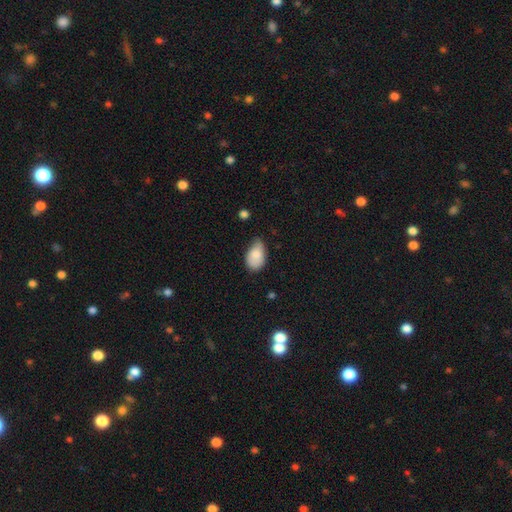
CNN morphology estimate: smooth 82%, featured or disk 11%, star or artifact 7%. Down the decision tree: how rounded — in between (90%); merging — none (45%).